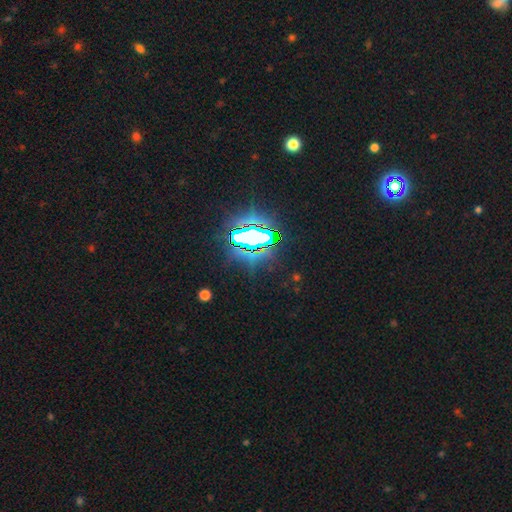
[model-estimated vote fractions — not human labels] Smooth or featured?
  - star or artifact: 85% *
  - smooth: 9%
  - featured or disk: 6%